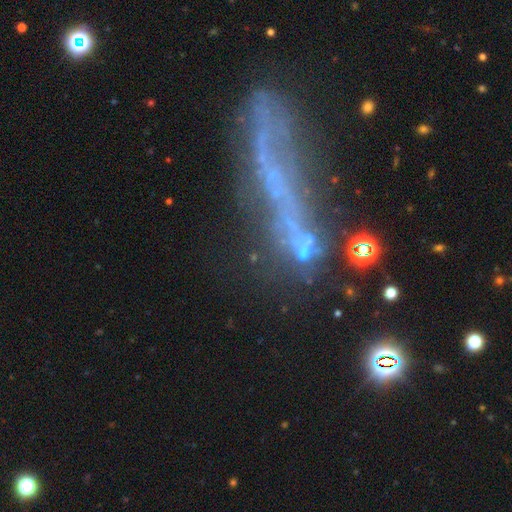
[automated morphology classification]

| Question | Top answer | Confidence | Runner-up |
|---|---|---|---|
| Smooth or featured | featured or disk | 55% | smooth (26%) |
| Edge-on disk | yes | 56% | no (44%) |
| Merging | none | 50% | minor disturbance (22%) |